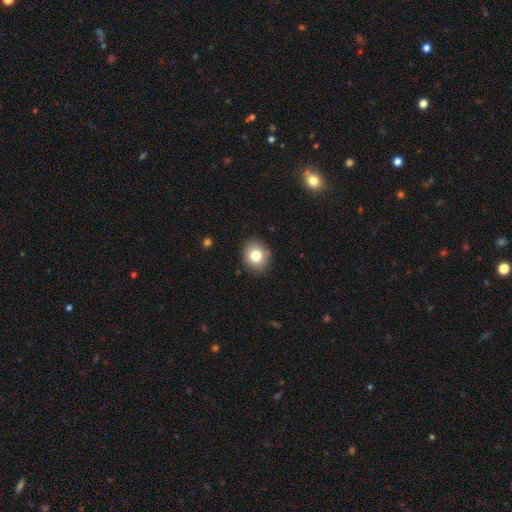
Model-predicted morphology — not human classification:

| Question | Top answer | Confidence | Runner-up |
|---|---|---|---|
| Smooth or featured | smooth | 81% | star or artifact (10%) |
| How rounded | round | 65% | in between (34%) |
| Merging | none | 88% | minor disturbance (9%) |